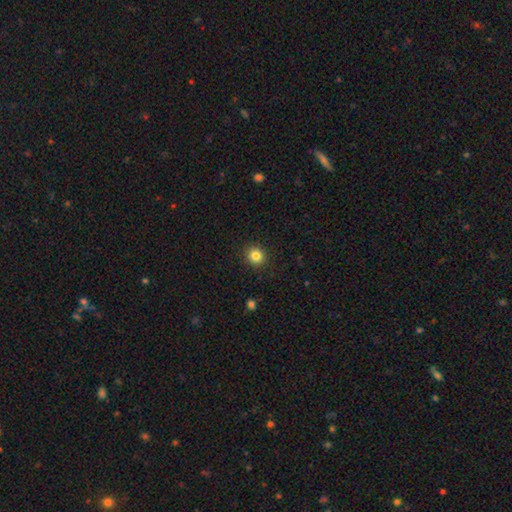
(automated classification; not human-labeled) A smooth galaxy with no disk features (84%) that is round (85%).

Vote fractions:
- Smooth or featured? smooth: 84% / star or artifact: 11% / featured or disk: 6%
- How rounded? round: 85% / in between: 14% / cigar-shaped: 1%
- Merging? none: 91% / minor disturbance: 6% / major disturbance: 2% / merger: 1%